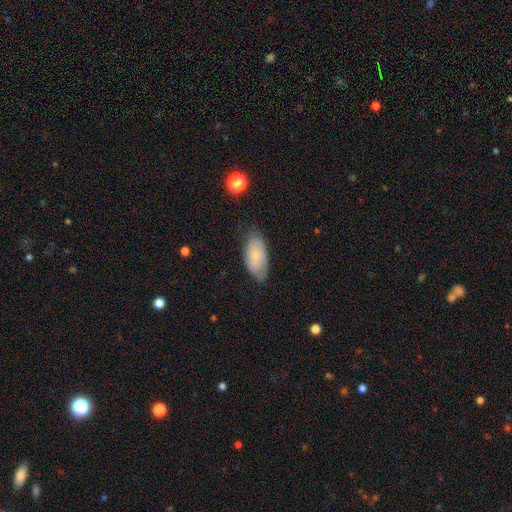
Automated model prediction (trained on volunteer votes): This is likely a smooth galaxy (71%). How rounded: clearly in between (92%). Merging: likely none (70%).